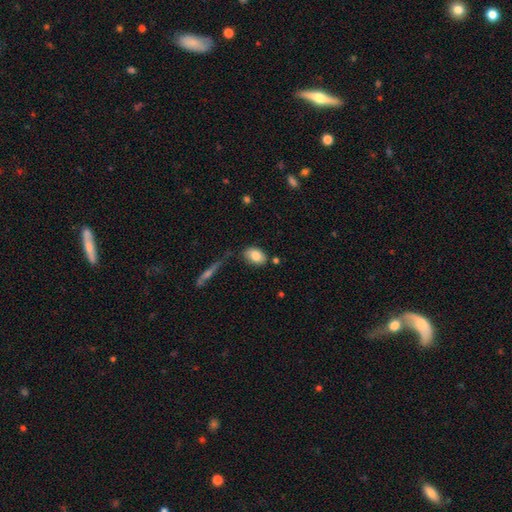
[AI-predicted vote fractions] Morphology: type=smooth (81%); roundness=in between (86%); merging=none (76%).